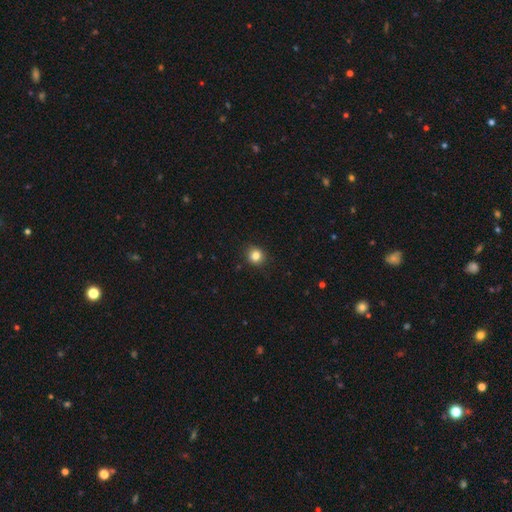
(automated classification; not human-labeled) Smooth or featured? smooth (83%)
How rounded? round (87%)
Merging? none (90%)